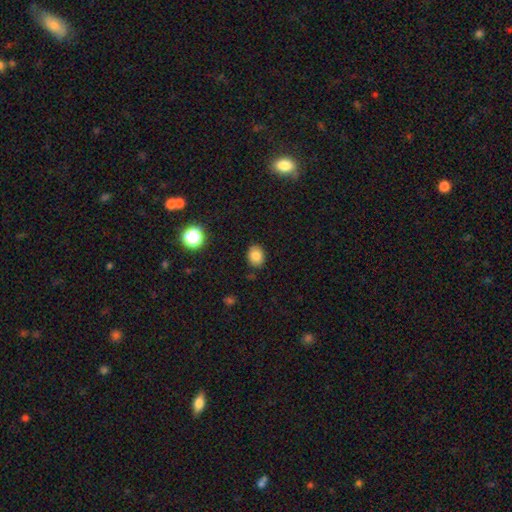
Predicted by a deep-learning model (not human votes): smooth-or-featured: smooth: 83% | star or artifact: 11% | featured or disk: 6%
  how-rounded: in between: 54% | round: 45% | cigar-shaped: 1%
  merging: none: 86% | minor disturbance: 10% | major disturbance: 2% | merger: 2%